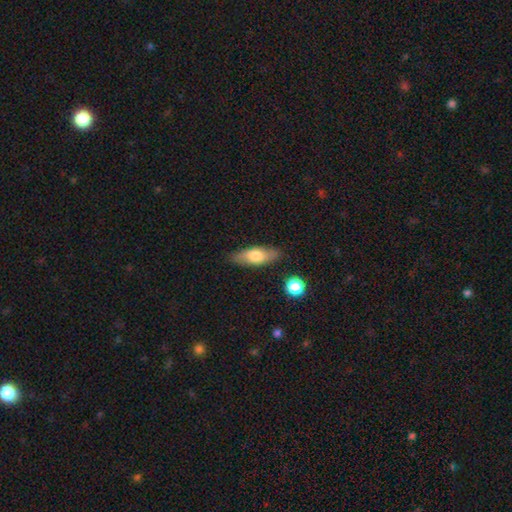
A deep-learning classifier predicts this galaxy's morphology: Q: Smooth or featured?
A: smooth (66%); runner-up: featured or disk (28%)
Q: How rounded?
A: in between (65%); runner-up: cigar-shaped (31%)
Q: Merging?
A: none (84%); runner-up: minor disturbance (12%)